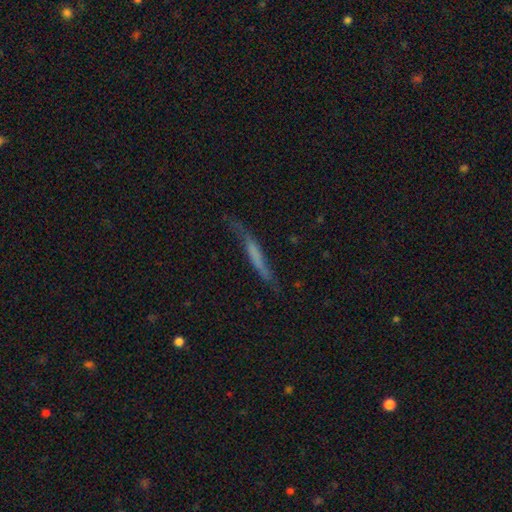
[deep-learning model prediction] smooth-or-featured: featured or disk: 49% | smooth: 43% | star or artifact: 9%
  merging: none: 58% | minor disturbance: 26% | major disturbance: 12% | merger: 3%